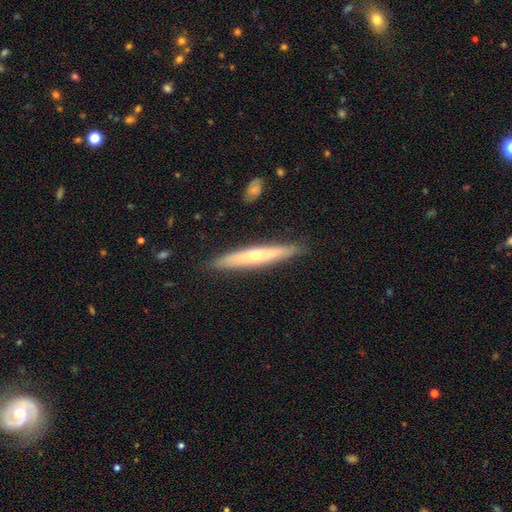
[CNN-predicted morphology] Overall: featured or disk (54%; smooth 40%). Edge-on disk: yes (88%). Merging: none (89%).